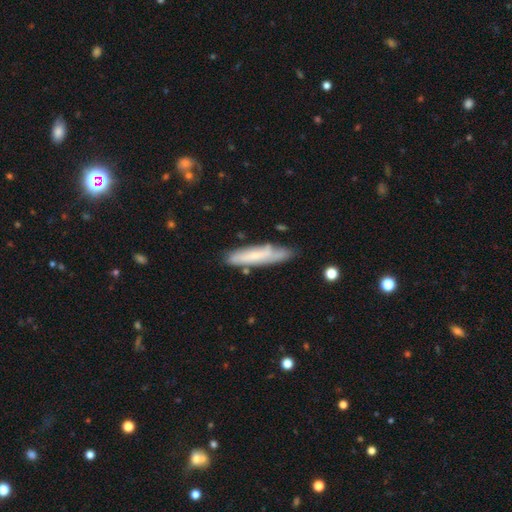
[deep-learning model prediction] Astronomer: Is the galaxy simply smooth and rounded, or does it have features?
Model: smooth — 51% (runner-up: featured or disk, 42%).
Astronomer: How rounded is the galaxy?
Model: cigar-shaped — 81%.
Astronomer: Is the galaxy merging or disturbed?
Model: none — 71%.